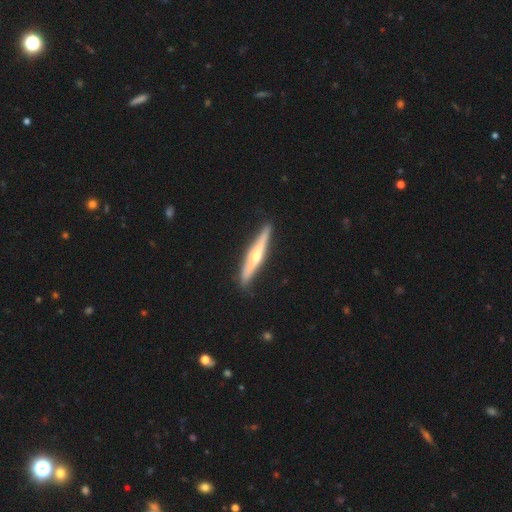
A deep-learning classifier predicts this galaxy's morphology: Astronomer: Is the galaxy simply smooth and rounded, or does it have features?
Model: featured or disk — 70%.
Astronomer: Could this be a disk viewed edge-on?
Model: yes — 95%.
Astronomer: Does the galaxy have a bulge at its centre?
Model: rounded — 87%.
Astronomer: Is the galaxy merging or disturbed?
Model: none — 88%.